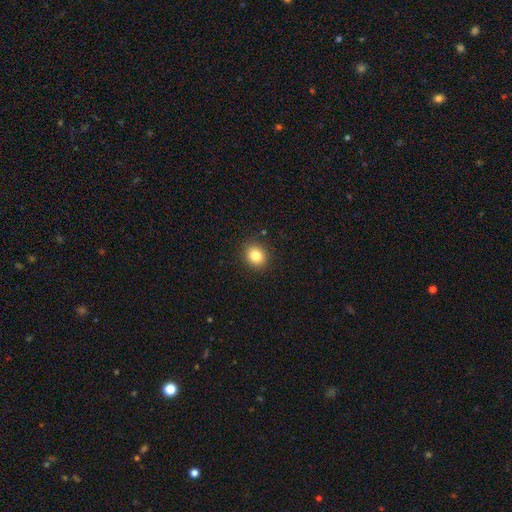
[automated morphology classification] A smooth galaxy with no disk features (83%) that is round (76%).

Vote fractions:
- Smooth or featured? smooth: 83% / star or artifact: 11% / featured or disk: 6%
- How rounded? round: 76% / in between: 23% / cigar-shaped: 1%
- Merging? none: 89% / minor disturbance: 8% / major disturbance: 2% / merger: 1%